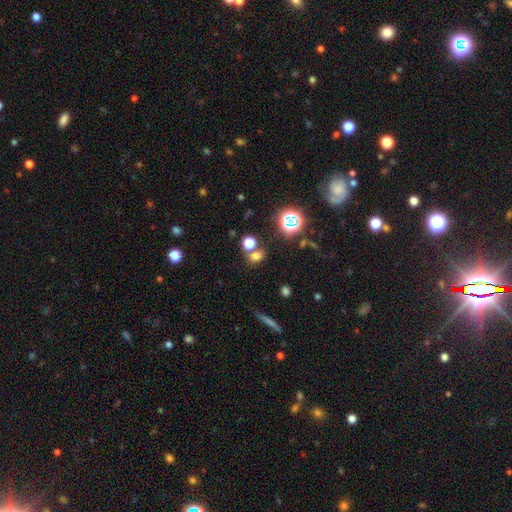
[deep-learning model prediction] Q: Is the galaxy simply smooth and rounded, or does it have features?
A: smooth — 67%.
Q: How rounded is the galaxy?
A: round — 54%.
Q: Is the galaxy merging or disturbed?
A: none — 62%.